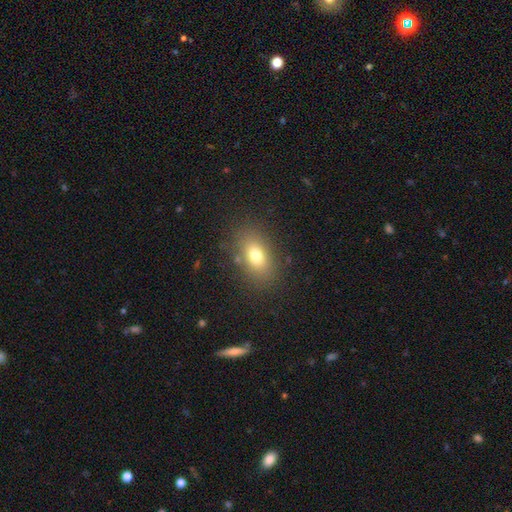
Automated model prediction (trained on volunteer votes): Smooth or featured? Predicted: smooth (p=0.75). How rounded? Predicted: in between (p=0.81). Merging? Predicted: none (p=0.83).